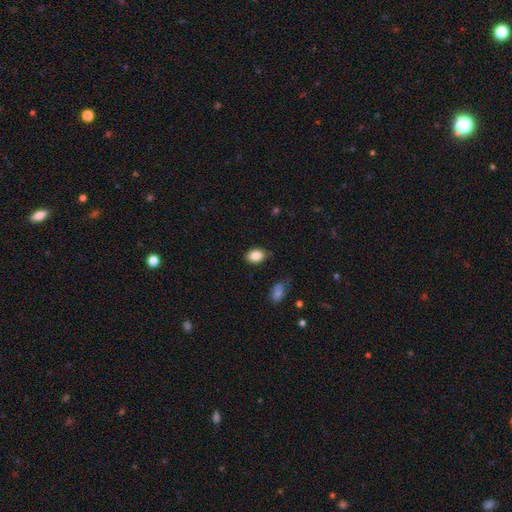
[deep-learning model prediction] A smooth galaxy with no disk features (86%) that is in between round and cigar-shaped (81%).

Vote fractions:
- Smooth or featured? smooth: 86% / star or artifact: 8% / featured or disk: 6%
- How rounded? in between: 81% / round: 18% / cigar-shaped: 1%
- Merging? none: 83% / minor disturbance: 12% / major disturbance: 3% / merger: 2%